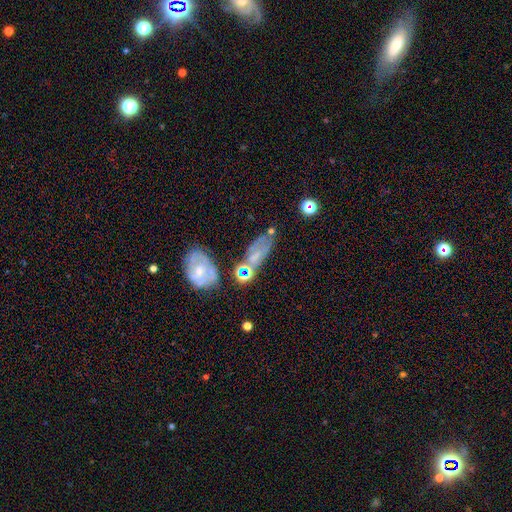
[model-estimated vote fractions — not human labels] smooth-or-featured: featured or disk: 47% | smooth: 40% | star or artifact: 13%
  merging: none: 48% | minor disturbance: 22% | merger: 16% | major disturbance: 14%